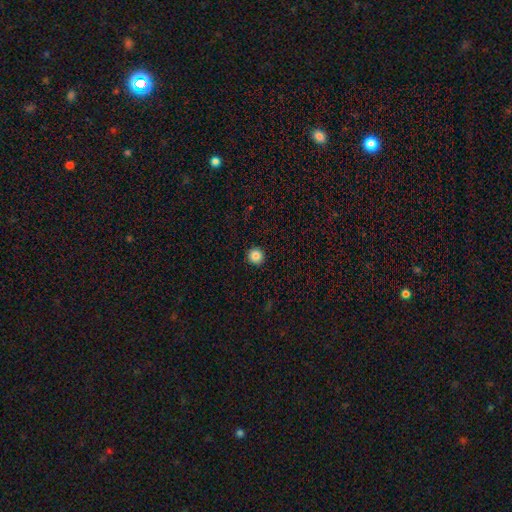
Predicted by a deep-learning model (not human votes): smooth 85%, star or artifact 10%, featured or disk 5%. Down the decision tree: how rounded — round (95%); merging — none (93%).